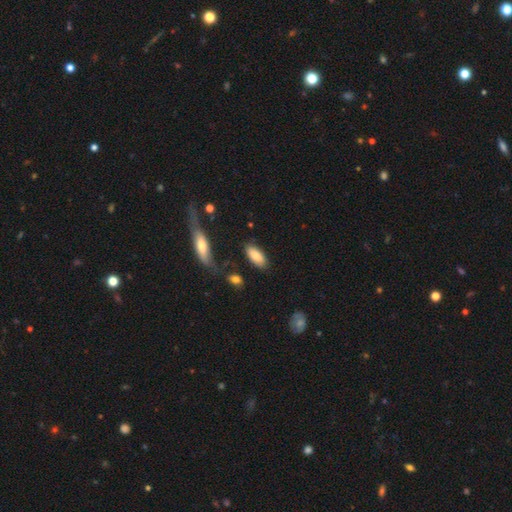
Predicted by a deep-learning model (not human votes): The model was most divided on "merging": none: 80%, minor disturbance: 13%, major disturbance: 3%, merger: 3%. More confident: how rounded — in between (87%); smooth or featured — smooth (85%).